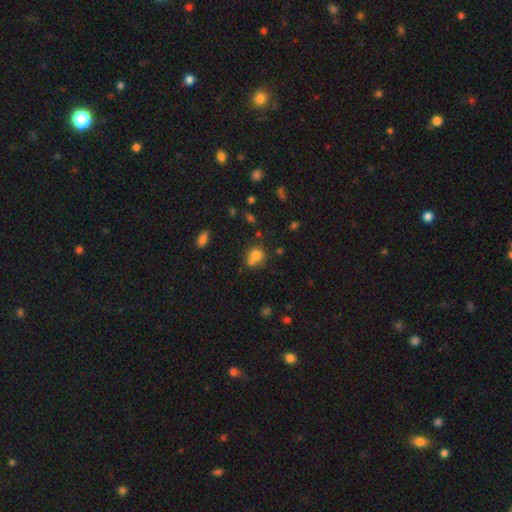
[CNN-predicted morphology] Smooth or featured?
  - smooth: 76% *
  - star or artifact: 13%
  - featured or disk: 12%
How rounded?
  - round: 68% *
  - in between: 31%
  - cigar-shaped: 1%
Merging?
  - none: 43% *
  - merger: 35%
  - minor disturbance: 16%
  - major disturbance: 7%